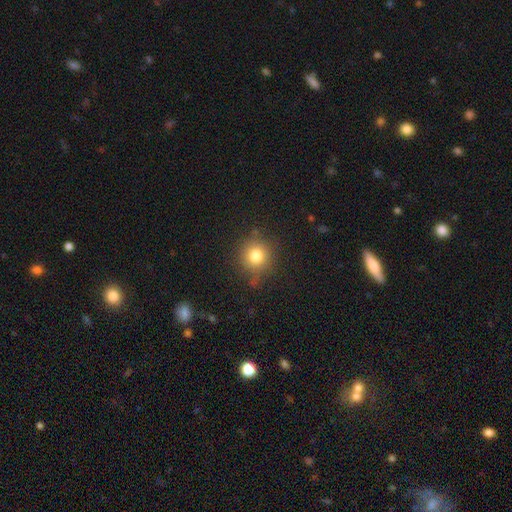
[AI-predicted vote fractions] A smooth galaxy with no disk features (80%) that is round (92%). Merging: none (84%).